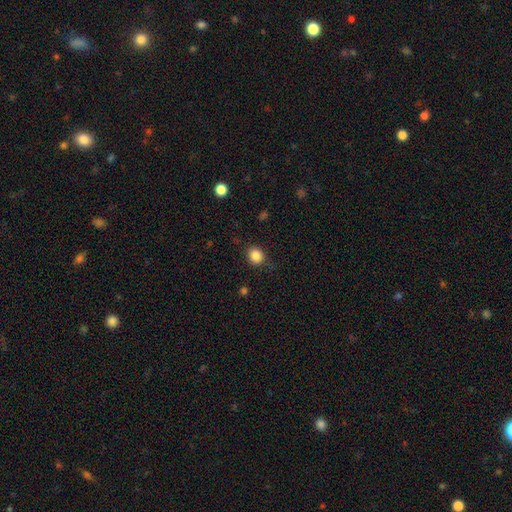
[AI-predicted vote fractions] This appears to be a smooth galaxy with no disk features (86%) that is round (78%). Merging: none (83%).